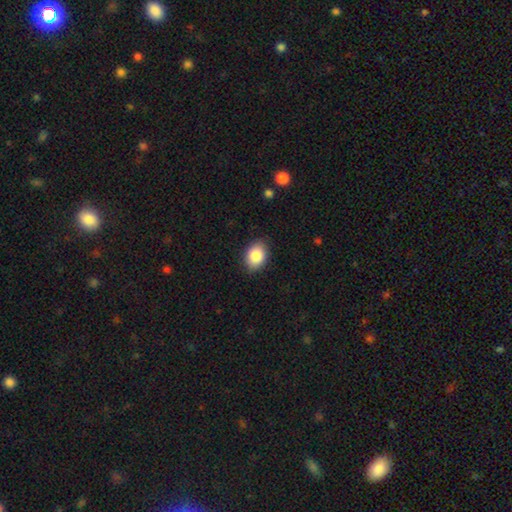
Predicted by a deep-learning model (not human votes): Morphology: type=smooth (86%); roundness=in between (75%); merging=none (86%).